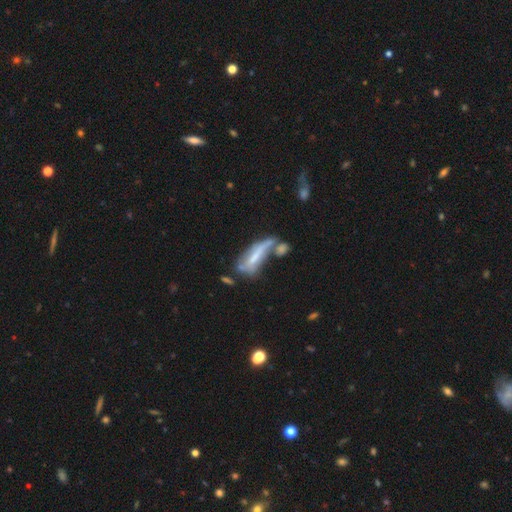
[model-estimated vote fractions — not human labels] Overall: featured or disk (50%; smooth 40%). Merging: merger (37%; none 25%).